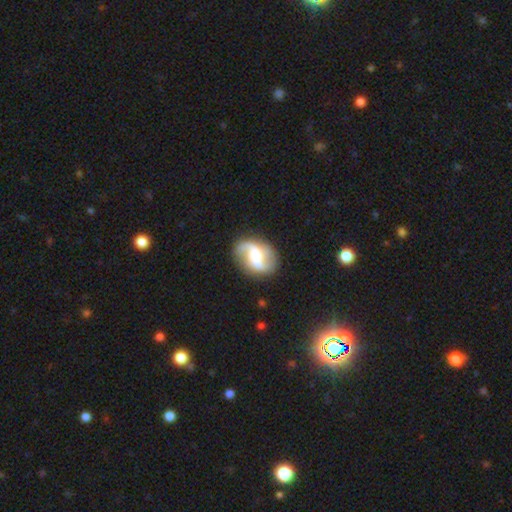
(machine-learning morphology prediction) Q: Smooth or featured?
A: featured or disk (84%); runner-up: smooth (11%)
Q: Edge-on disk?
A: no (97%); runner-up: yes (3%)
Q: Bar?
A: weak (40%); runner-up: no (36%)
Q: Spiral arms?
A: yes (95%); runner-up: no (5%)
Q: Spiral winding?
A: loose (60%); runner-up: medium (32%)
Q: Spiral arm count?
A: 2 (92%); runner-up: can't tell (3%)
Q: Bulge size?
A: moderate (58%); runner-up: small (26%)
Q: Merging?
A: none (82%); runner-up: minor disturbance (11%)